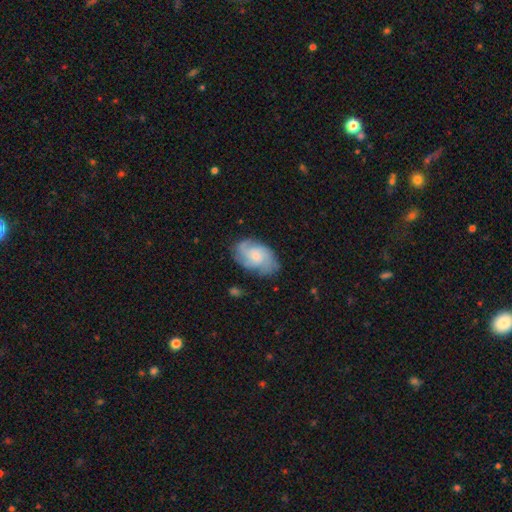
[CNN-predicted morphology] Overall: featured or disk (69%). Edge-on disk: no (97%). Bar: no (71%). Spiral arms: yes (93%). Spiral arm count: can't tell (29%; 3 27%). Spiral winding: tight (45%; medium 40%). Bulge size: small (56%; moderate 36%). Merging: none (74%).